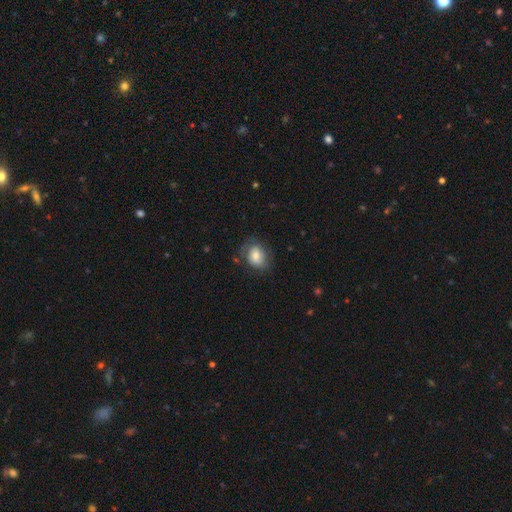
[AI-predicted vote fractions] Smooth or featured: smooth — 69% (featured or disk — 22%)
How rounded: in between — 58% (round — 41%)
Merging: none — 66% (minor disturbance — 22%)